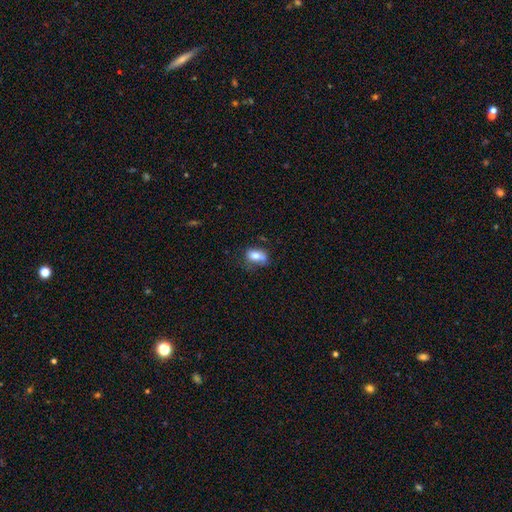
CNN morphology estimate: Q: Smooth or featured?
A: smooth (75%); runner-up: featured or disk (15%)
Q: How rounded?
A: in between (82%); runner-up: round (15%)
Q: Merging?
A: none (42%); runner-up: minor disturbance (28%)